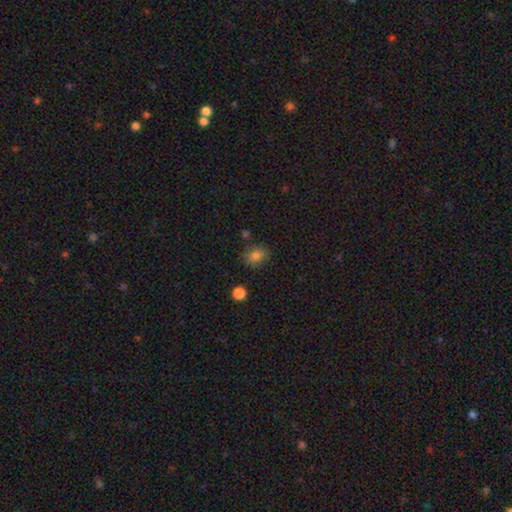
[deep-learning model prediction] smooth_or_featured: smooth (p=0.81) [alt: star or artifact p=0.11]
how_rounded: in between (p=0.51) [alt: round p=0.48]
merging: none (p=0.79) [alt: minor disturbance p=0.14]